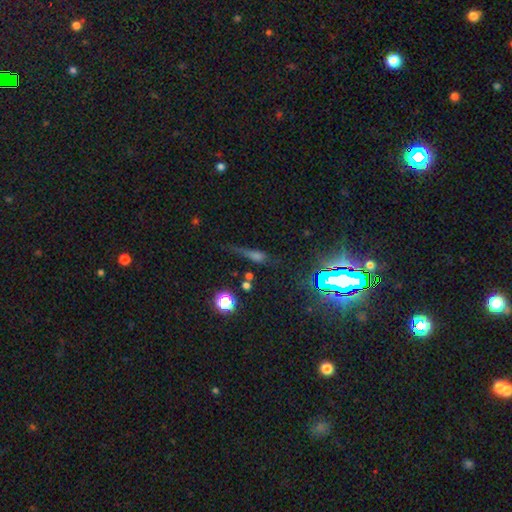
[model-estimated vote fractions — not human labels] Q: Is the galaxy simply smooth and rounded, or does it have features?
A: star or artifact — 40%.